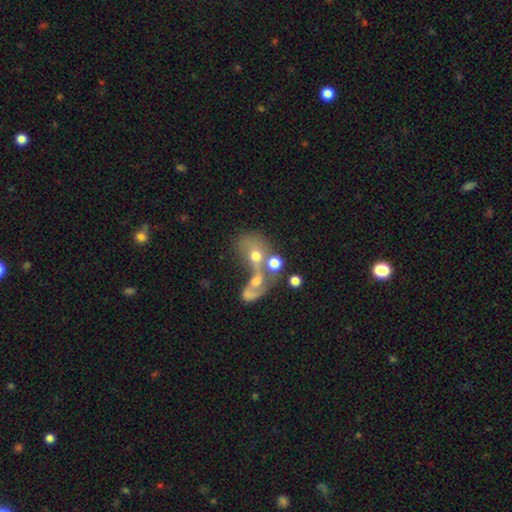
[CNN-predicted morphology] This is possibly a smooth galaxy (51%). How rounded: possibly round (52%). Merging: likely merger (65%).